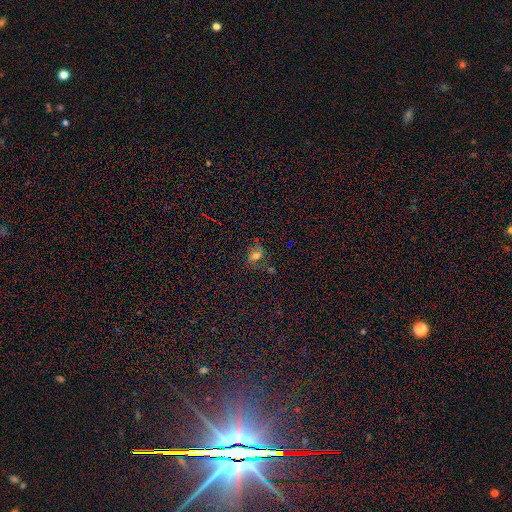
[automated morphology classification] Smooth or featured? Predicted: smooth (p=0.54). How rounded? Predicted: in between (p=0.59). Merging? Predicted: none (p=0.56).